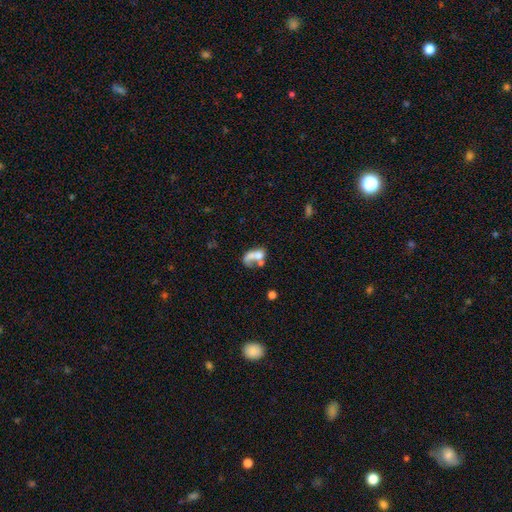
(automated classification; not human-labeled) Smooth or featured?
  - smooth: 48% *
  - featured or disk: 41%
  - star or artifact: 12%
Merging?
  - merger: 44% *
  - major disturbance: 27%
  - none: 18%
  - minor disturbance: 10%